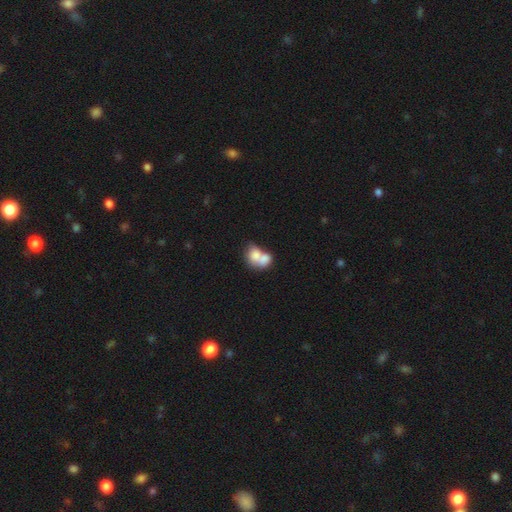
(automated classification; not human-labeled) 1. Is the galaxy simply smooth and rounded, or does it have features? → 72% smooth, 20% featured or disk, 8% star or artifact.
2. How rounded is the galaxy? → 64% in between, 35% round, 1% cigar-shaped.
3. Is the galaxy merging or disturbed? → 72% merger, 16% none, 7% minor disturbance, 5% major disturbance.